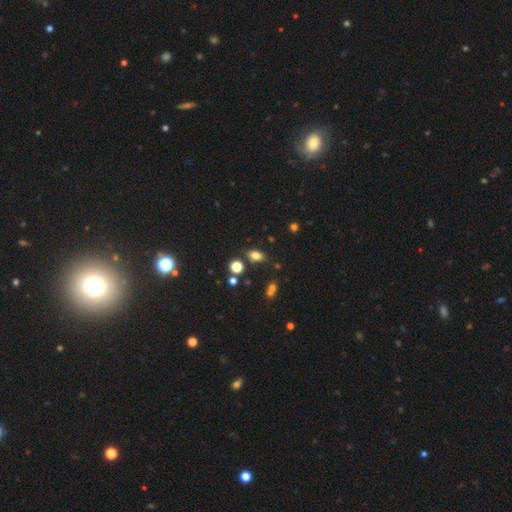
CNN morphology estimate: type=smooth (76%); roundness=in between (79%); merging=none (79%).